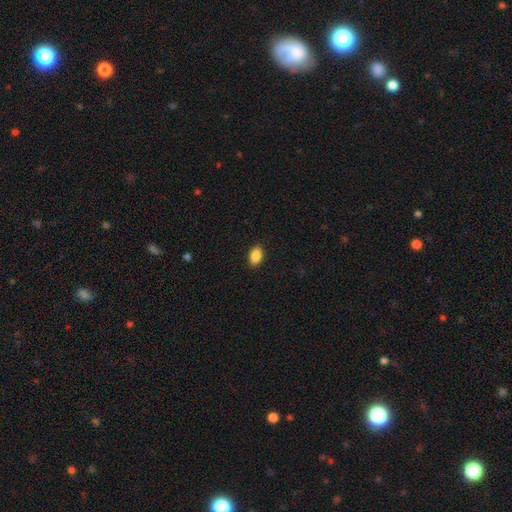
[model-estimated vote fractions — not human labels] Overall: smooth (89%). How rounded: in between (91%). Merging: none (90%).